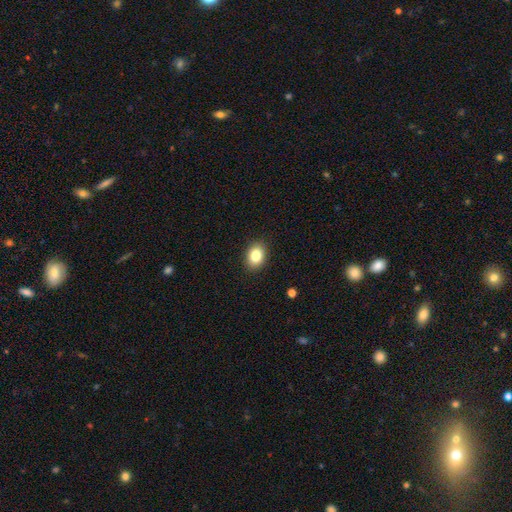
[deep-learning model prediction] Smooth or featured: smooth — 83% (star or artifact — 10%)
How rounded: in between — 63% (round — 36%)
Merging: none — 90% (minor disturbance — 7%)